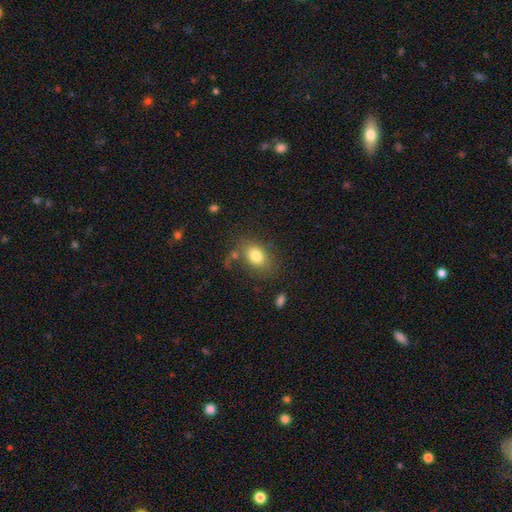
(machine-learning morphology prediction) This appears to be a smooth galaxy with no disk features (80%) that is in between round and cigar-shaped (72%). Merging: none (71%).